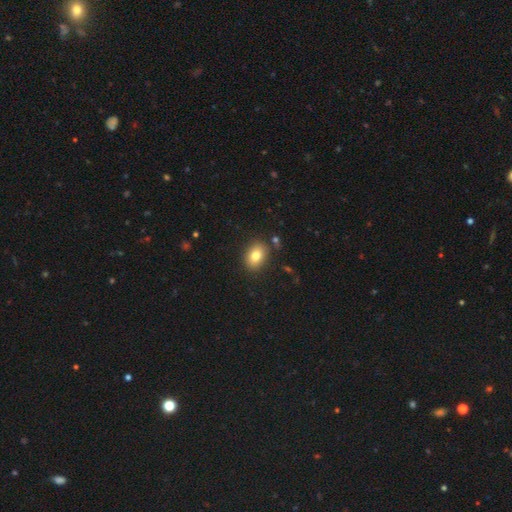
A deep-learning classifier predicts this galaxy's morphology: Smooth or featured? Predicted: smooth (p=0.80). How rounded? Predicted: in between (p=0.72). Merging? Predicted: none (p=0.85).